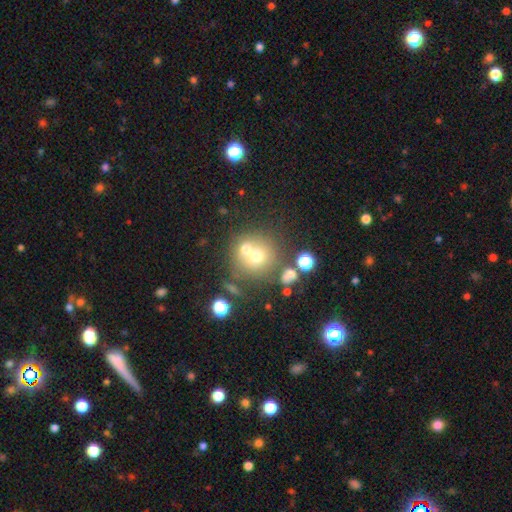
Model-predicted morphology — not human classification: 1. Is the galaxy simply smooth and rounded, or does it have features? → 62% smooth, 21% featured or disk, 16% star or artifact.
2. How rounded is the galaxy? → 88% round, 11% in between, 1% cigar-shaped.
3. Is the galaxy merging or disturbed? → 47% none, 38% merger, 9% minor disturbance, 5% major disturbance.